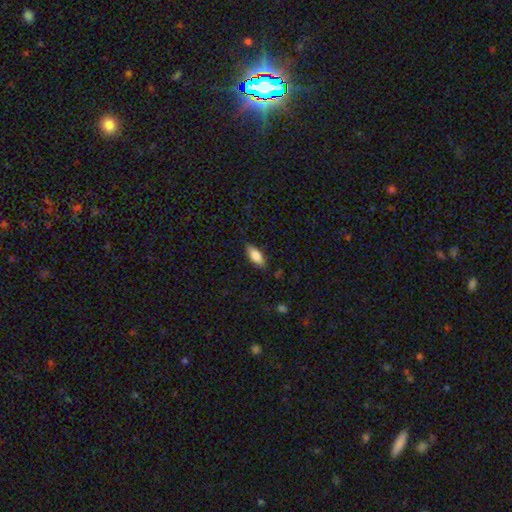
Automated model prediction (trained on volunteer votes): Overall: smooth (77%). How rounded: in between (76%). Merging: none (82%).